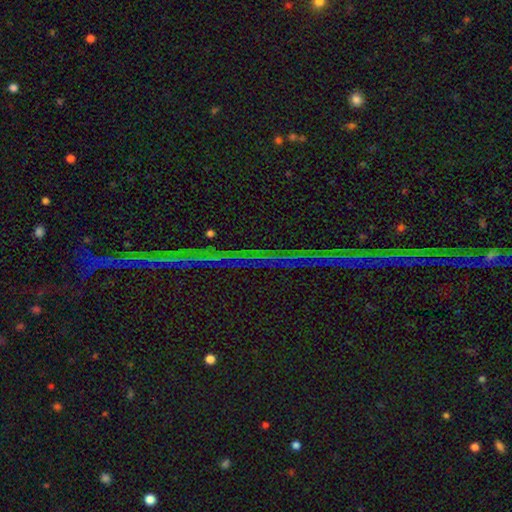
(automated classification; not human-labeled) Q: Smooth or featured?
A: star or artifact (86%); runner-up: featured or disk (9%)